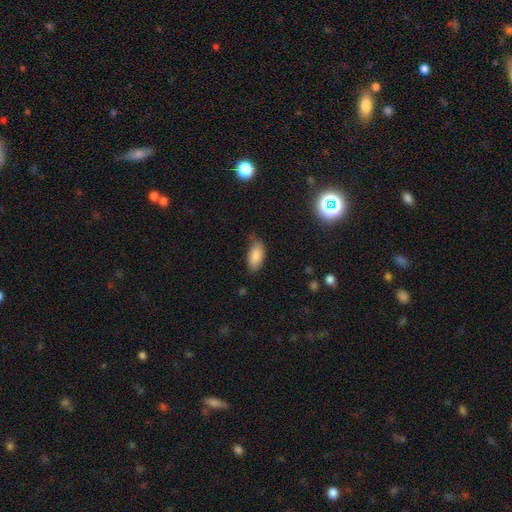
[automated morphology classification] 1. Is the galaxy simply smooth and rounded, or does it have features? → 87% smooth, 7% star or artifact, 6% featured or disk.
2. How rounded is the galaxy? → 92% in between, 6% cigar-shaped, 2% round.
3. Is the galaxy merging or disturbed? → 67% none, 26% minor disturbance, 5% major disturbance, 2% merger.